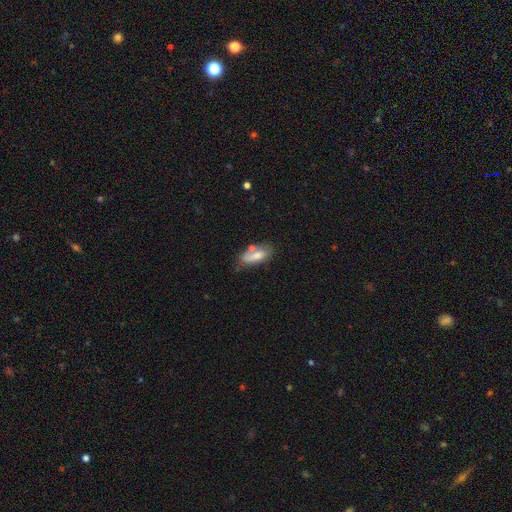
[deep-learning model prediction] Smooth or featured?
  - smooth: 71% *
  - featured or disk: 22%
  - star or artifact: 7%
How rounded?
  - in between: 80% *
  - cigar-shaped: 18%
  - round: 3%
Merging?
  - none: 48% *
  - minor disturbance: 26%
  - merger: 17%
  - major disturbance: 10%